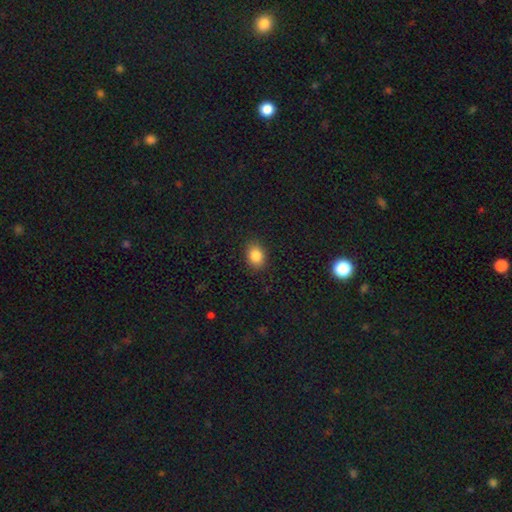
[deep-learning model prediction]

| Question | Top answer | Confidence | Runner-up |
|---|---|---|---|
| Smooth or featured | smooth | 85% | star or artifact (10%) |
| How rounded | in between | 59% | round (40%) |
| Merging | none | 88% | minor disturbance (9%) |